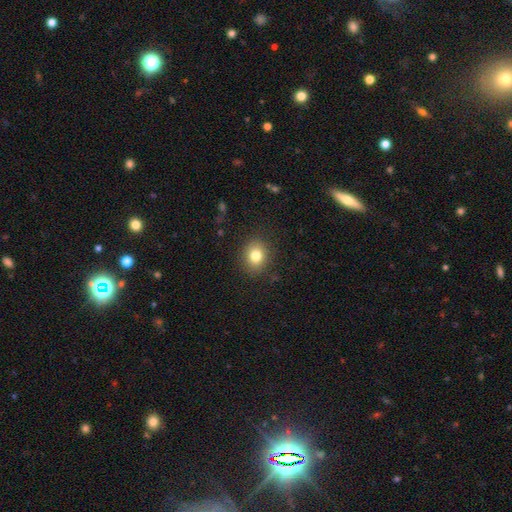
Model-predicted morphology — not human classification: The model was most divided on "how rounded": round: 63%, in between: 36%, cigar-shaped: 1%. More confident: merging — none (87%); smooth or featured — smooth (80%).